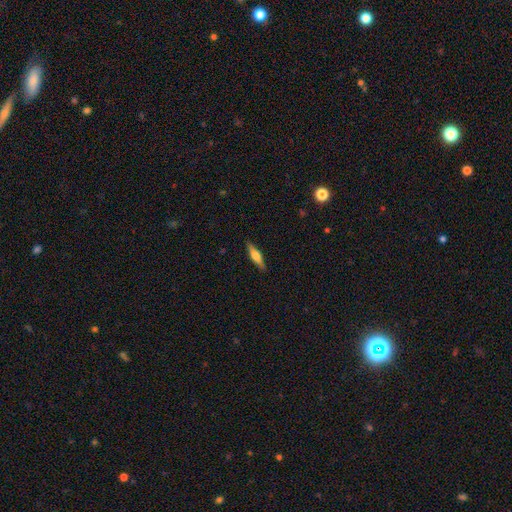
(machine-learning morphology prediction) Q: Smooth or featured?
A: featured or disk (49%); runner-up: smooth (45%)
Q: Merging?
A: none (89%); runner-up: minor disturbance (8%)